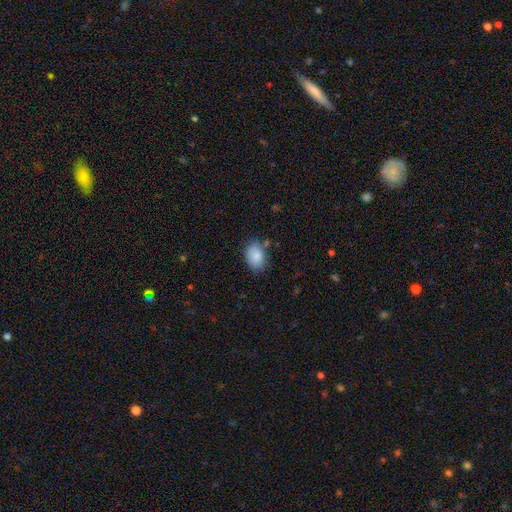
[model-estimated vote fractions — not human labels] Morphology: type=smooth (87%); roundness=in between (84%); merging=none (76%).